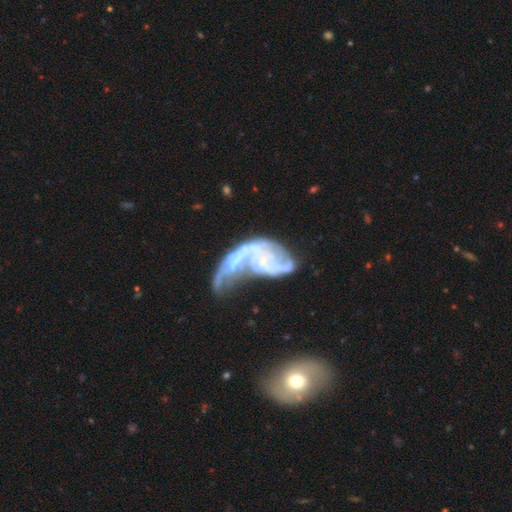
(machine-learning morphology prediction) Smooth or featured? featured or disk (78%)
Edge-on disk? no (96%)
Bar? no (70%)
Spiral arms? yes (72%)
Spiral winding? loose (41%)
Spiral arm count? 2 (40%)
Bulge size? small (46%)
Merging? merger (44%)